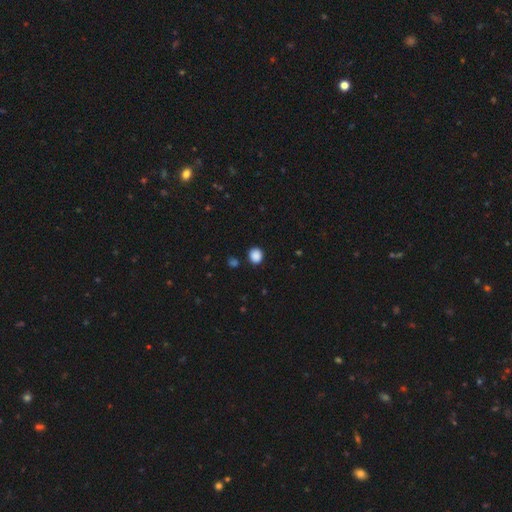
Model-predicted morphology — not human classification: This is clearly a smooth galaxy (88%). How rounded: likely round (79%). Merging: clearly none (88%).